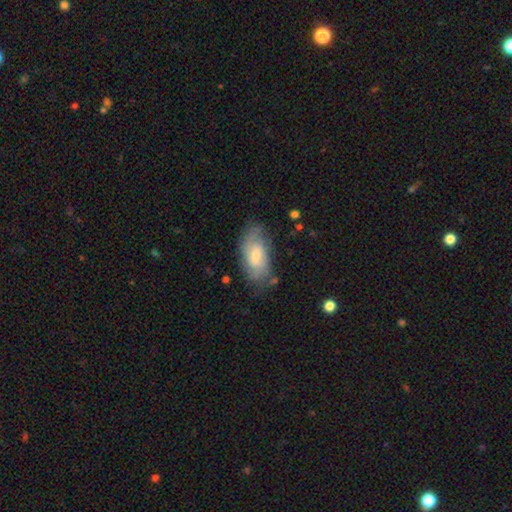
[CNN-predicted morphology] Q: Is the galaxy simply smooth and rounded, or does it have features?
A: featured or disk — 59%.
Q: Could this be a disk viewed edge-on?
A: no — 92%.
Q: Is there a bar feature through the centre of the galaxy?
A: no — 53%.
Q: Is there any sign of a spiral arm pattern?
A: yes — 84%.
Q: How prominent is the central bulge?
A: small — 47%.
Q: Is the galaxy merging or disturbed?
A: none — 70%.